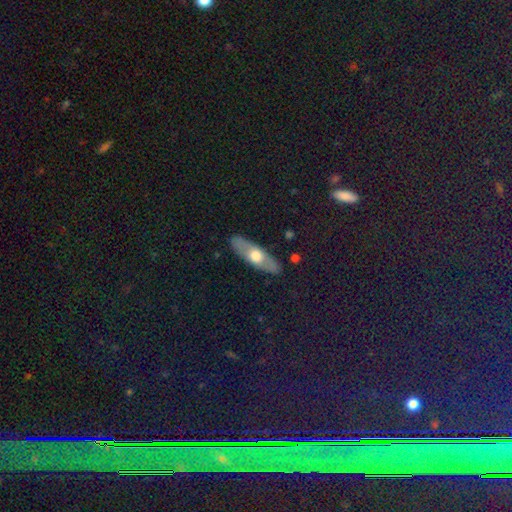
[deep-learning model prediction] The model was most divided on "smooth or featured": featured or disk: 51%, smooth: 44%, star or artifact: 5%. More confident: merging — none (87%); edge-on disk — yes (67%).